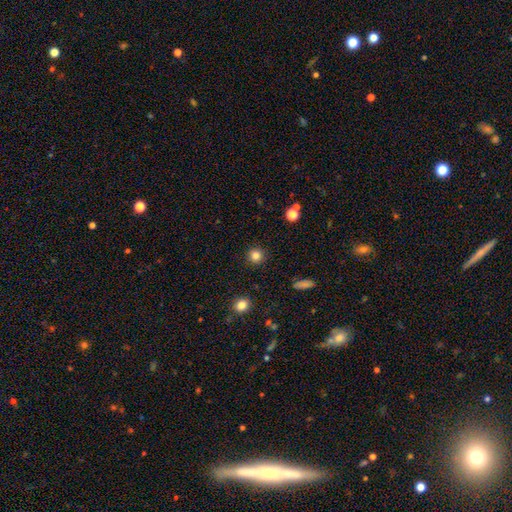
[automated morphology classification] smooth_or_featured: smooth (p=0.83) [alt: star or artifact p=0.12]
how_rounded: round (p=0.93) [alt: in between p=0.06]
merging: none (p=0.91) [alt: minor disturbance p=0.06]